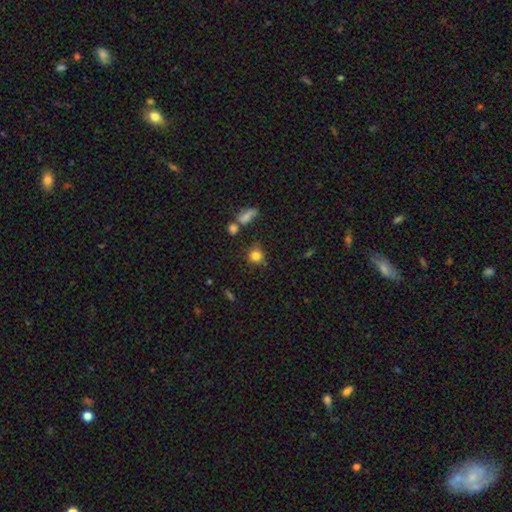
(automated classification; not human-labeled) This appears to be a smooth galaxy with no disk features (82%) that is round (85%). Merging: none (75%).